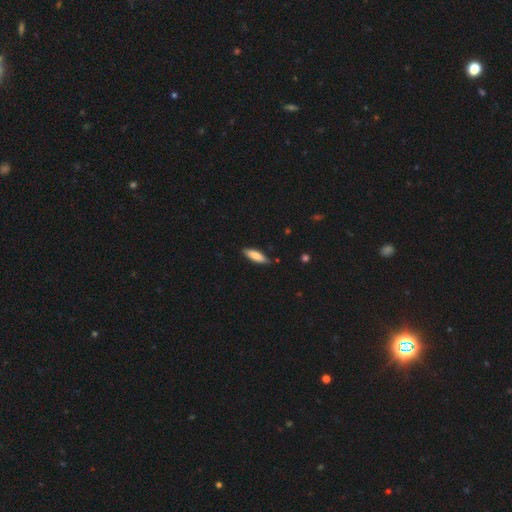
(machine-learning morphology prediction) Smooth or featured? Predicted: smooth (p=0.78). How rounded? Predicted: cigar-shaped (p=0.55). Merging? Predicted: none (p=0.83).